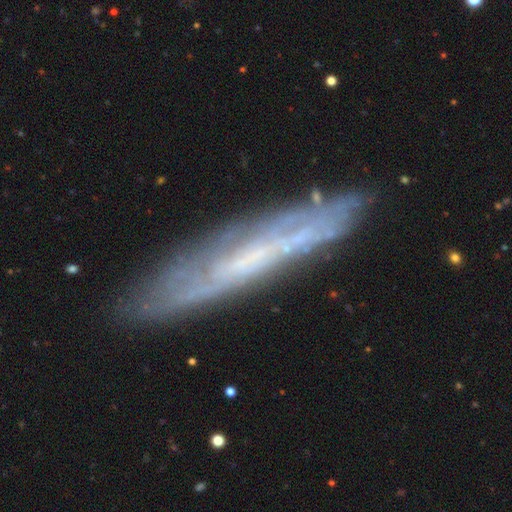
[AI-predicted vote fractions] featured or disk 66%, smooth 26%, star or artifact 9%. Down the decision tree: edge-on disk — yes (66%); merging — none (79%).